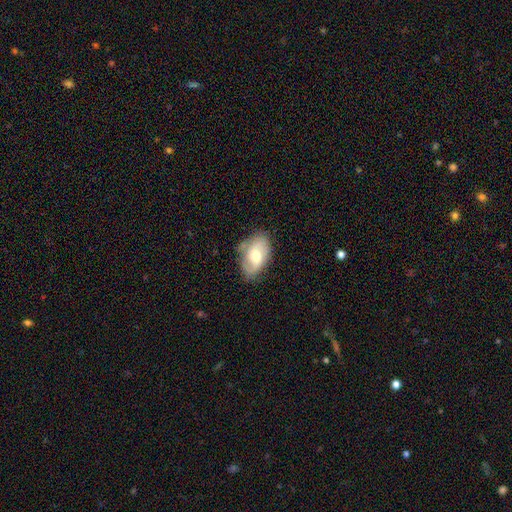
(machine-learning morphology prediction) This is possibly a smooth galaxy (49%). Merging: likely none (68%).